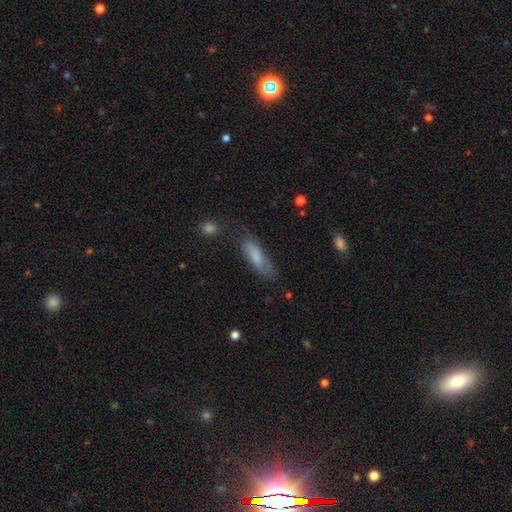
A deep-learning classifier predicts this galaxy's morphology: smooth_or_featured: smooth (p=0.71) [alt: featured or disk p=0.21]
how_rounded: in between (p=0.54) [alt: cigar-shaped p=0.43]
merging: none (p=0.62) [alt: minor disturbance p=0.25]